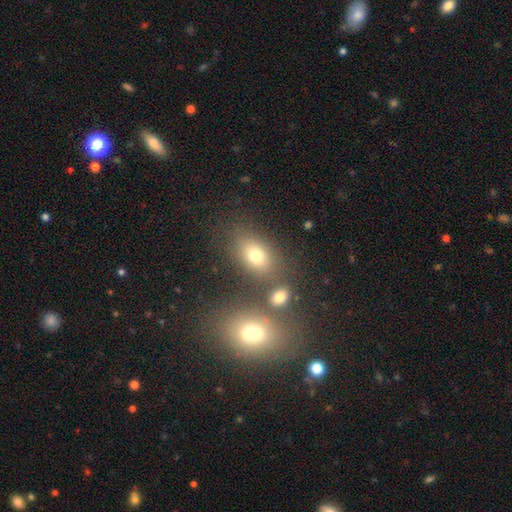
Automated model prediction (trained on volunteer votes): smooth 72%, star or artifact 15%, featured or disk 13%. Down the decision tree: how rounded — in between (74%); merging — none (69%).